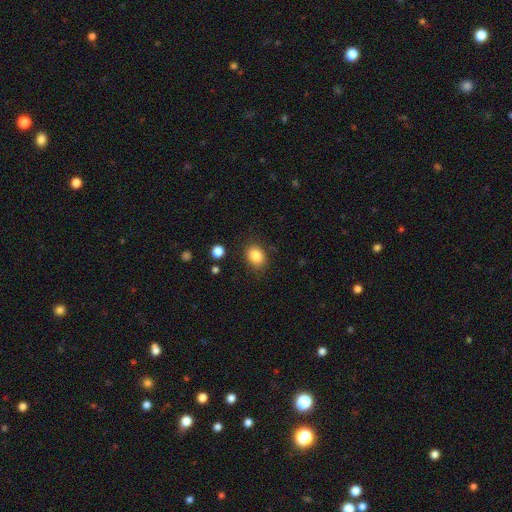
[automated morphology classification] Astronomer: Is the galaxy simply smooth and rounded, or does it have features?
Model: smooth — 85%.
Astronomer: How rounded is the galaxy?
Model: in between — 60% (runner-up: round, 39%).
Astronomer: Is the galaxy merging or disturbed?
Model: none — 83%.